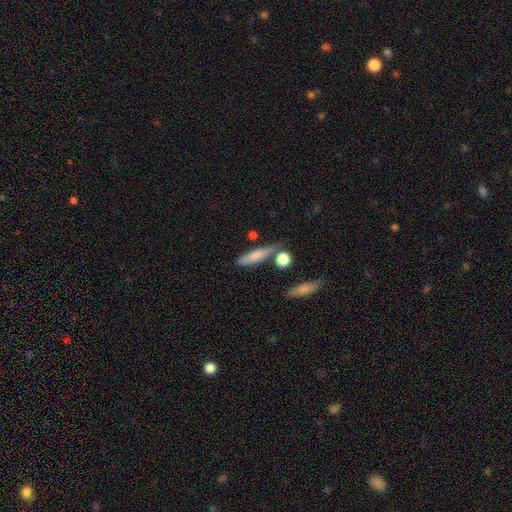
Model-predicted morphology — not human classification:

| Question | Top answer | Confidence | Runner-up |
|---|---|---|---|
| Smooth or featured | smooth | 73% | featured or disk (19%) |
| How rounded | cigar-shaped | 71% | in between (24%) |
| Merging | none | 69% | minor disturbance (15%) |